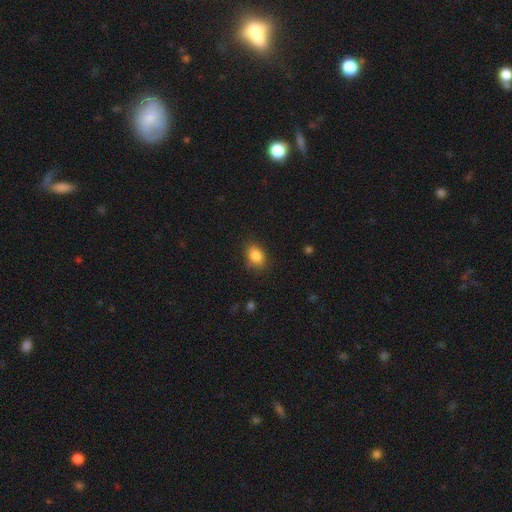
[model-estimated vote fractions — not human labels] Smooth or featured: smooth — 86% (star or artifact — 9%)
How rounded: in between — 75% (round — 24%)
Merging: none — 81% (minor disturbance — 14%)